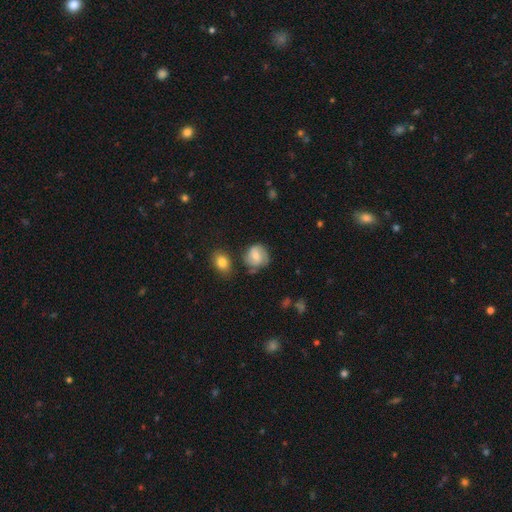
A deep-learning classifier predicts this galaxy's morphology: Smooth or featured?
  - smooth: 58% *
  - featured or disk: 35%
  - star or artifact: 8%
How rounded?
  - round: 79% *
  - in between: 20%
  - cigar-shaped: 1%
Merging?
  - none: 62% *
  - minor disturbance: 24%
  - major disturbance: 8%
  - merger: 6%